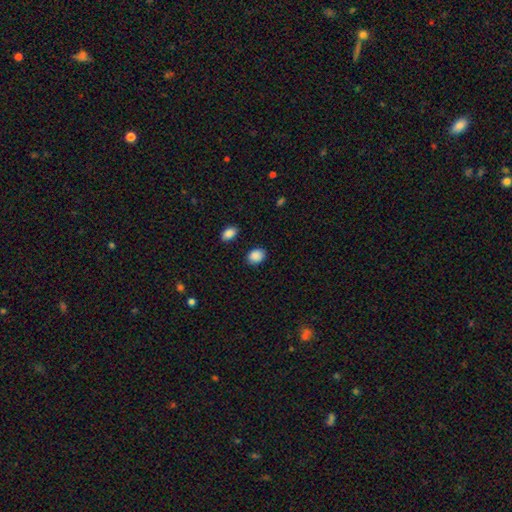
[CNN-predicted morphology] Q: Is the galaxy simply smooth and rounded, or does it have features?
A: smooth — 89%.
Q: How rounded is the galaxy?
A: in between — 60%.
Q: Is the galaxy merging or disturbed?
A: none — 84%.